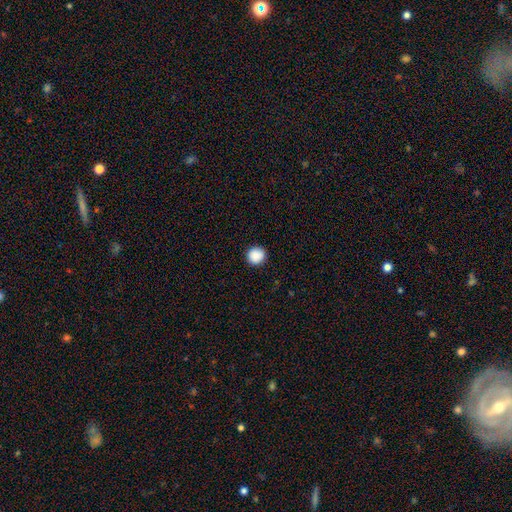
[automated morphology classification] A smooth galaxy with no disk features (89%) that is round (91%). Merging: none (92%).